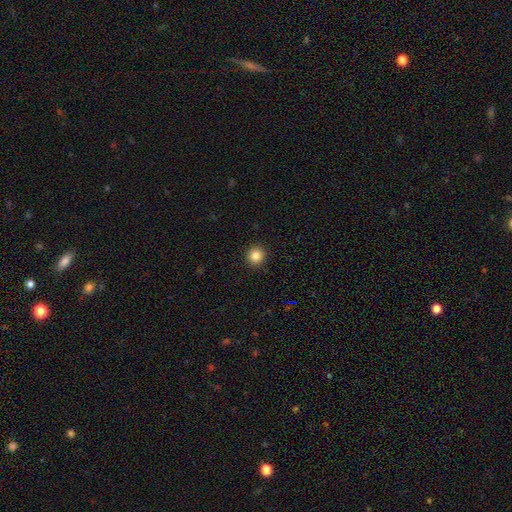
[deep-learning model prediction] Smooth or featured?
  - smooth: 85% *
  - star or artifact: 11%
  - featured or disk: 4%
How rounded?
  - round: 91% *
  - in between: 8%
  - cigar-shaped: 1%
Merging?
  - none: 92% *
  - minor disturbance: 5%
  - major disturbance: 2%
  - merger: 1%